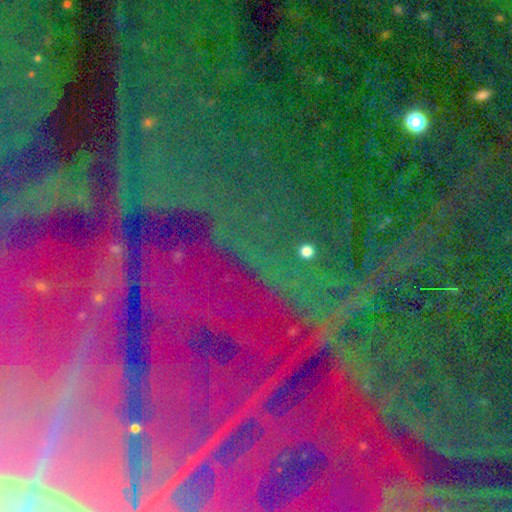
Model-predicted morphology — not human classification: A star or artifact, not a galaxy (84%).

Vote fractions:
- Smooth or featured? star or artifact: 84% / featured or disk: 8% / smooth: 7%